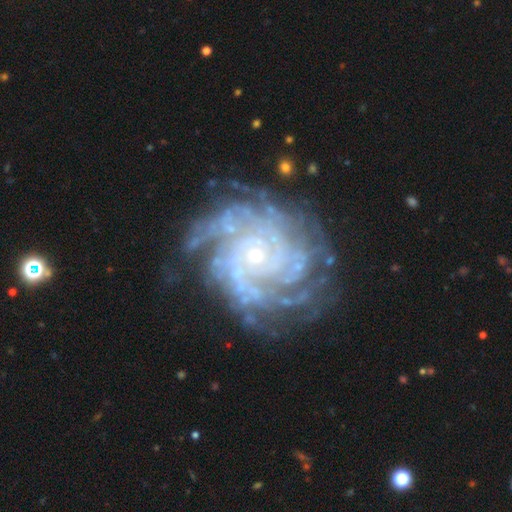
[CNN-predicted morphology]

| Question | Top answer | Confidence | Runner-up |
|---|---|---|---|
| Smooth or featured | featured or disk | 91% | star or artifact (6%) |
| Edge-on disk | no | 98% | yes (2%) |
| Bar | no | 78% | weak (17%) |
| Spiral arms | yes | 98% | no (2%) |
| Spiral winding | tight | 77% | medium (20%) |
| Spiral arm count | more than 4 | 24% | can't tell (23%) |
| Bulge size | small | 79% | moderate (17%) |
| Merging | none | 72% | minor disturbance (17%) |